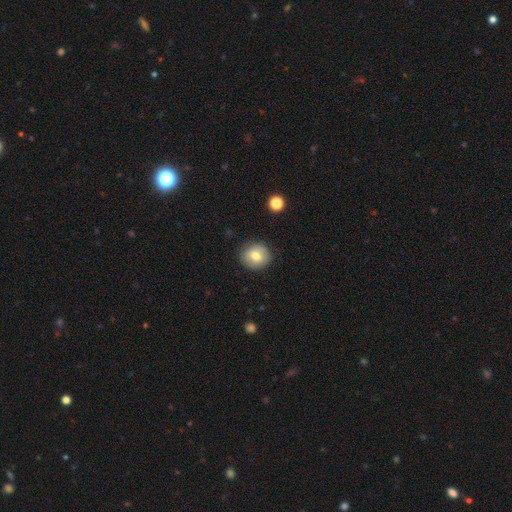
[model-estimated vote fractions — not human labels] Overall: smooth (74%). How rounded: round (81%). Merging: none (87%).